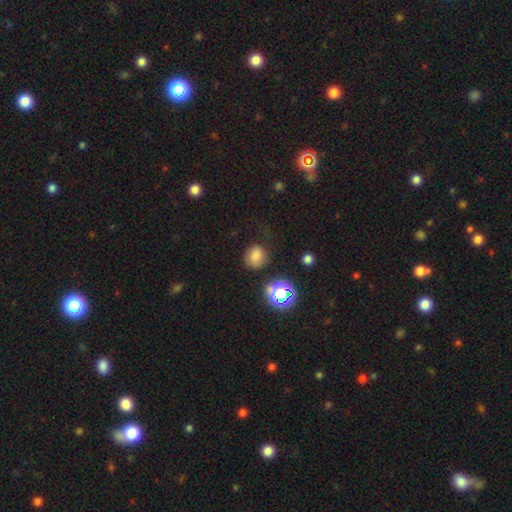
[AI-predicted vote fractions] This is likely a smooth galaxy (73%). How rounded: likely round (69%). Merging: likely none (65%).